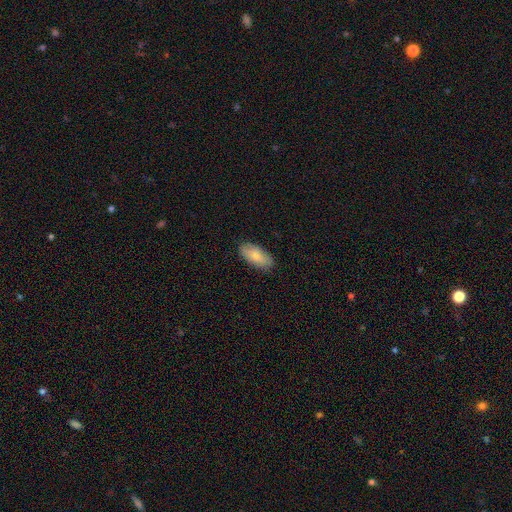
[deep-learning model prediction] Q: Smooth or featured?
A: smooth (78%); runner-up: featured or disk (16%)
Q: How rounded?
A: in between (91%); runner-up: cigar-shaped (6%)
Q: Merging?
A: none (85%); runner-up: minor disturbance (12%)